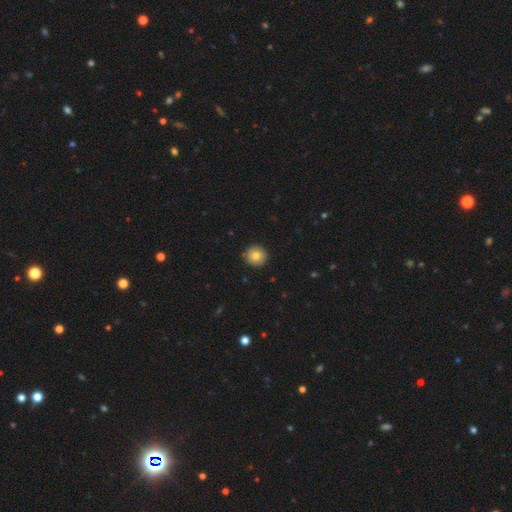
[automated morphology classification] The model was most divided on "smooth or featured": smooth: 80%, featured or disk: 11%, star or artifact: 9%. More confident: how rounded — round (95%); merging — none (90%).